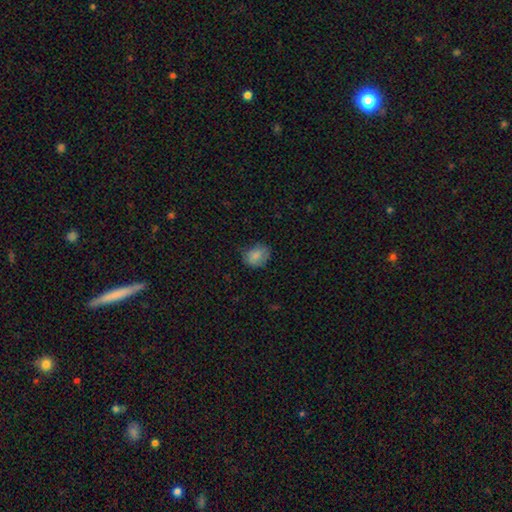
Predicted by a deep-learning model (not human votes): A smooth galaxy with no disk features (81%) that is in between round and cigar-shaped (57%).

Vote fractions:
- Smooth or featured? smooth: 81% / featured or disk: 11% / star or artifact: 8%
- How rounded? in between: 57% / round: 42% / cigar-shaped: 1%
- Merging? none: 63% / minor disturbance: 28% / major disturbance: 7% / merger: 1%